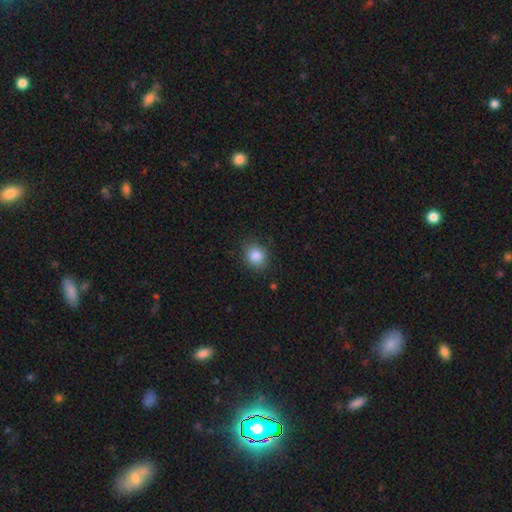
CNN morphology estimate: smooth_or_featured: smooth (p=0.86) [alt: star or artifact p=0.09]
how_rounded: round (p=0.69) [alt: in between p=0.30]
merging: none (p=0.84) [alt: minor disturbance p=0.11]